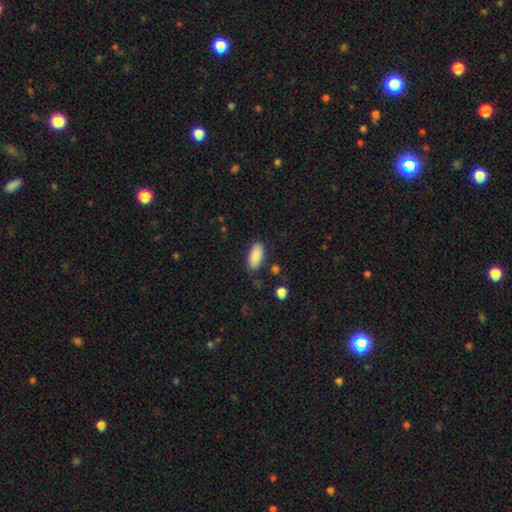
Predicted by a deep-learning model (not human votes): smooth-or-featured: smooth: 88% | star or artifact: 7% | featured or disk: 5%
  how-rounded: in between: 90% | cigar-shaped: 8% | round: 2%
  merging: none: 83% | minor disturbance: 11% | major disturbance: 3% | merger: 2%